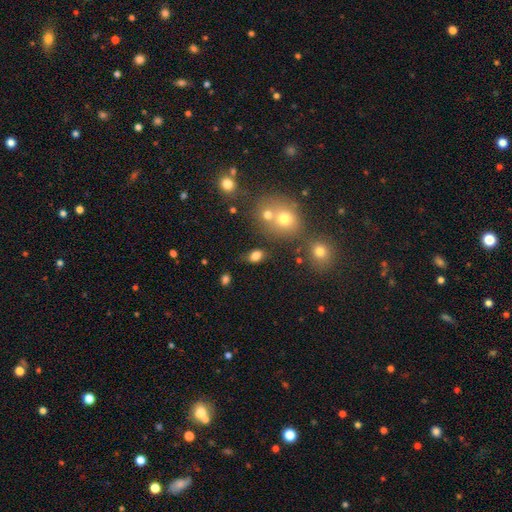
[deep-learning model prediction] Smooth or featured?
  - smooth: 80% *
  - star or artifact: 13%
  - featured or disk: 8%
How rounded?
  - in between: 80% *
  - round: 18%
  - cigar-shaped: 2%
Merging?
  - none: 71% *
  - minor disturbance: 15%
  - merger: 9%
  - major disturbance: 5%